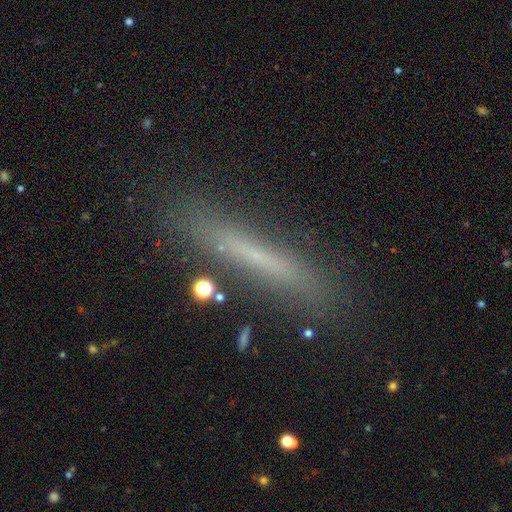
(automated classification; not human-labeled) Morphology: type=smooth (53%); roundness=cigar-shaped (94%); merging=none (82%).